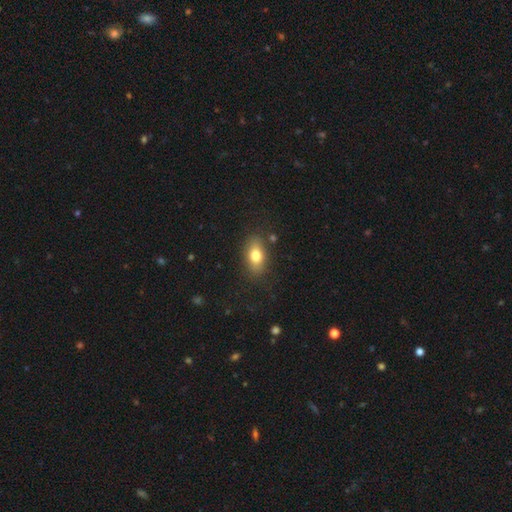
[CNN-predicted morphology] Overall: smooth (77%). How rounded: in between (85%). Merging: none (81%).